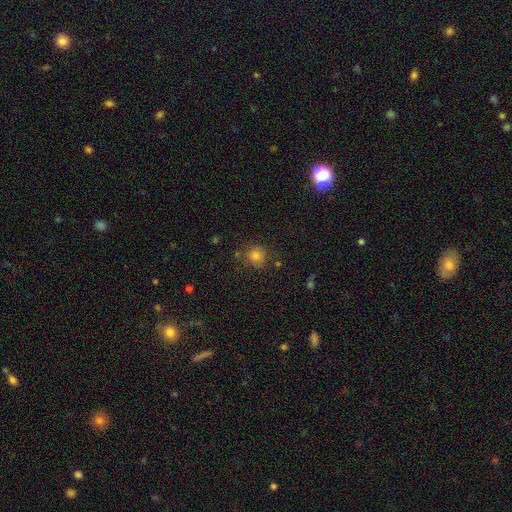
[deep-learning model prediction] This is likely a smooth galaxy (77%). How rounded: clearly round (91%). Merging: likely none (80%).